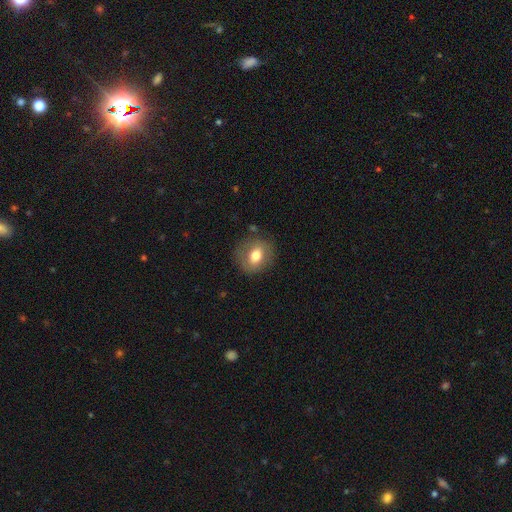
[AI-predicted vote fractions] This is likely a smooth galaxy (70%). How rounded: likely round (68%). Merging: clearly none (82%).